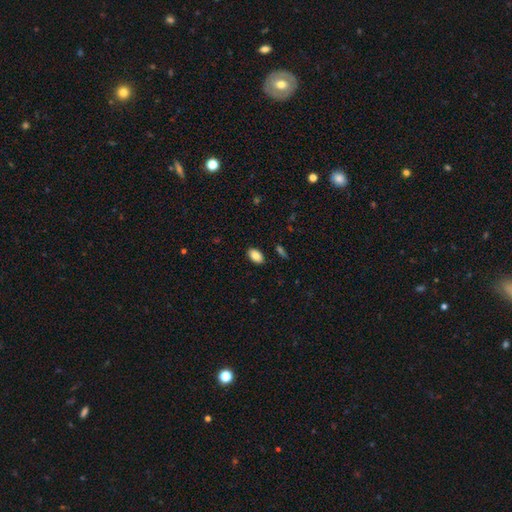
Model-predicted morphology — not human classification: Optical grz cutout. It shows a smooth galaxy with no disk features (87%) that is in between round and cigar-shaped (92%). Merging: none (88%).